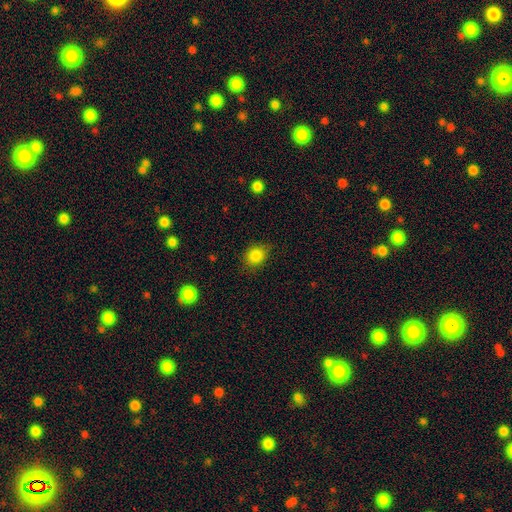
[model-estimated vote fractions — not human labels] Smooth or featured?
  - smooth: 84% *
  - star or artifact: 11%
  - featured or disk: 5%
How rounded?
  - round: 61% *
  - in between: 38%
  - cigar-shaped: 1%
Merging?
  - none: 80% *
  - minor disturbance: 15%
  - major disturbance: 4%
  - merger: 1%